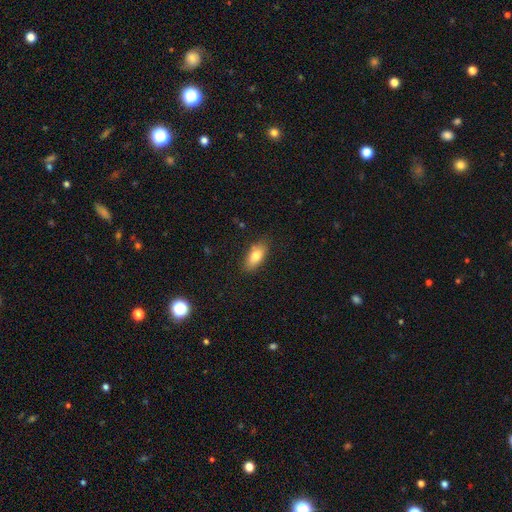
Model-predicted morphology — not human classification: Smooth or featured: smooth — 78% (featured or disk — 14%)
How rounded: in between — 86% (cigar-shaped — 11%)
Merging: none — 83% (minor disturbance — 13%)